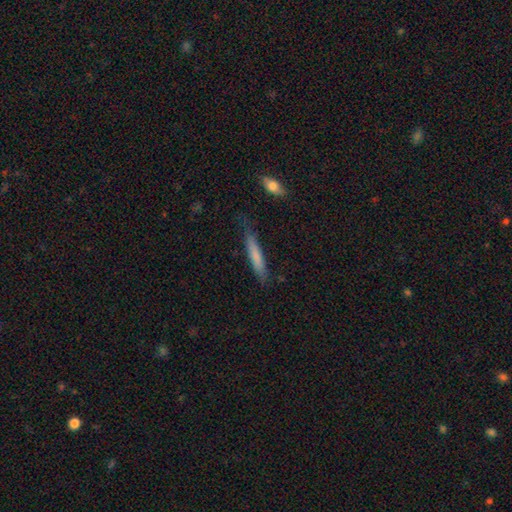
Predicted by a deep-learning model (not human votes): smooth-or-featured: smooth: 72% | featured or disk: 22% | star or artifact: 6%
  how-rounded: cigar-shaped: 92% | in between: 7% | round: 1%
  merging: none: 75% | minor disturbance: 19% | major disturbance: 4% | merger: 2%